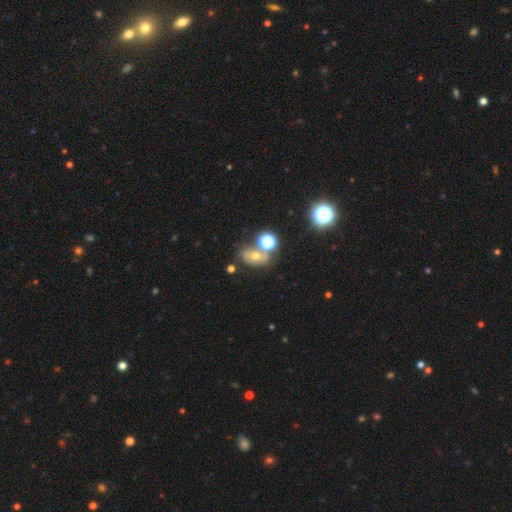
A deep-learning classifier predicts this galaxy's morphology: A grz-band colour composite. It shows a smooth galaxy with no disk features (45%). Merging: none (49%).